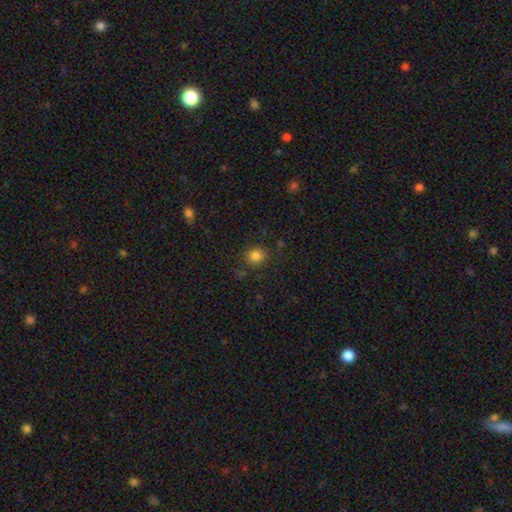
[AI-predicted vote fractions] smooth_or_featured: smooth (p=0.82) [alt: star or artifact p=0.13]
how_rounded: round (p=0.87) [alt: in between p=0.12]
merging: none (p=0.85) [alt: minor disturbance p=0.10]